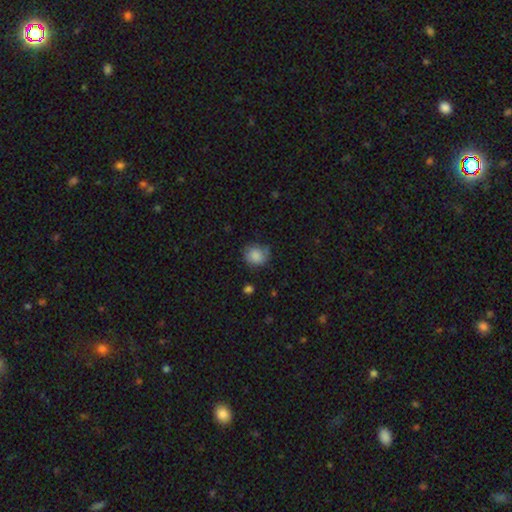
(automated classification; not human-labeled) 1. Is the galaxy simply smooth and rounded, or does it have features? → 83% smooth, 9% featured or disk, 8% star or artifact.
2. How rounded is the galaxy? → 73% round, 26% in between, 1% cigar-shaped.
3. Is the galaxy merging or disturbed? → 66% none, 26% minor disturbance, 6% major disturbance, 2% merger.